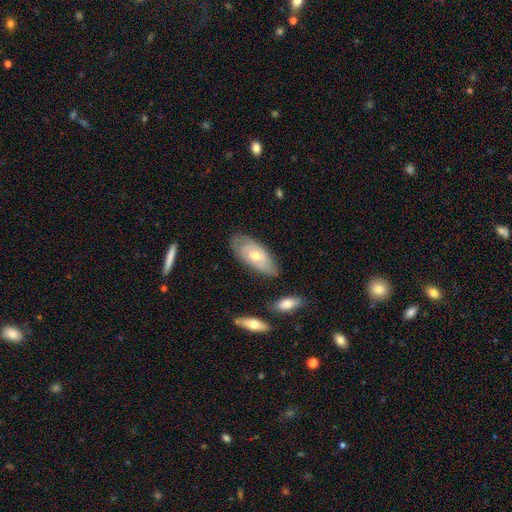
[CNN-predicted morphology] Smooth or featured? Predicted: featured or disk (p=0.52). Edge-on disk? Predicted: no (p=0.85). Merging? Predicted: none (p=0.72).